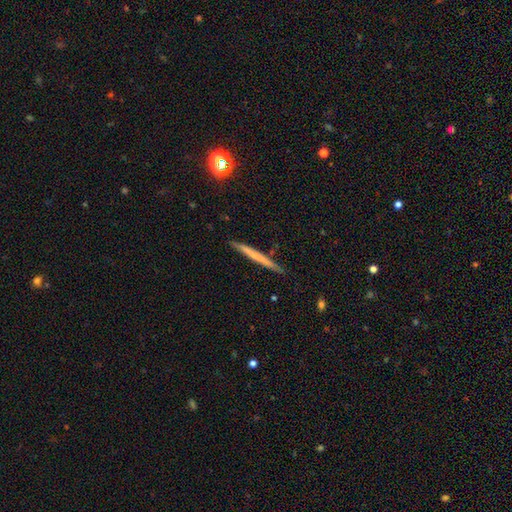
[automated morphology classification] Smooth or featured? Predicted: smooth (p=0.52). How rounded? Predicted: cigar-shaped (p=0.97). Merging? Predicted: none (p=0.89).